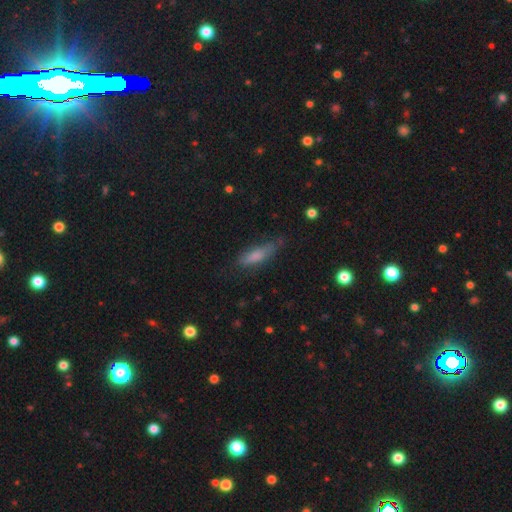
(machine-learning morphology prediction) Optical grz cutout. It shows a smooth galaxy with no disk features (74%) that is cigar-shaped (58%). Merging: none (62%).